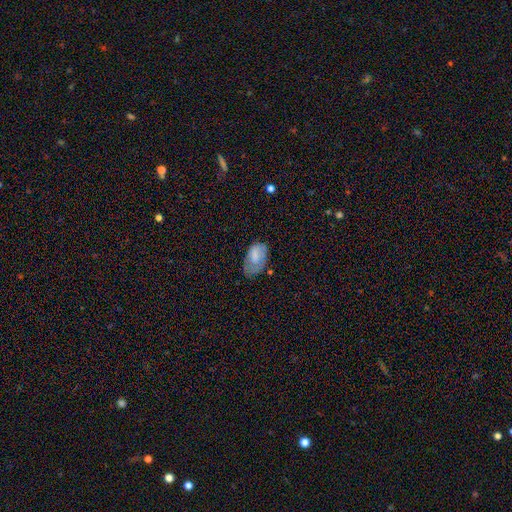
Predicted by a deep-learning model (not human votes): Smooth or featured? smooth (72%)
How rounded? in between (92%)
Merging? none (42%)